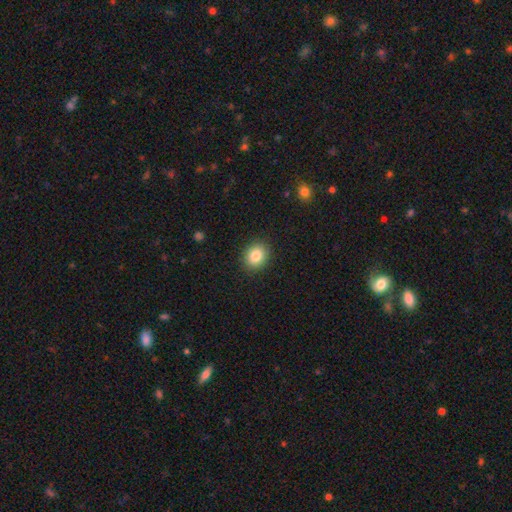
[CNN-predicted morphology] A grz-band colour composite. It shows a smooth galaxy with no disk features (85%) that is round (56%). Merging: none (89%).